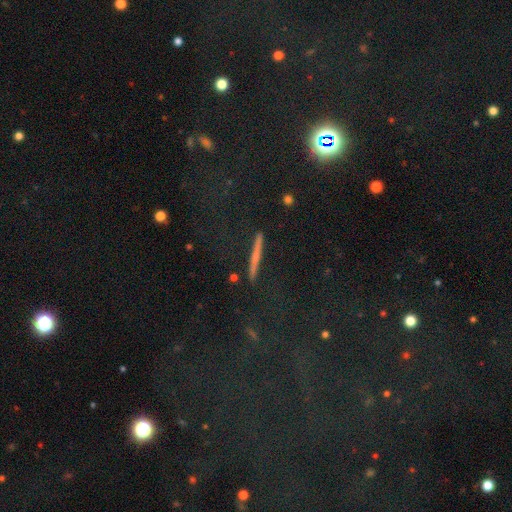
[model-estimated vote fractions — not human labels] The model was most divided on "smooth or featured": featured or disk: 42%, smooth: 40%, star or artifact: 18%. More confident: merging — none (90%).